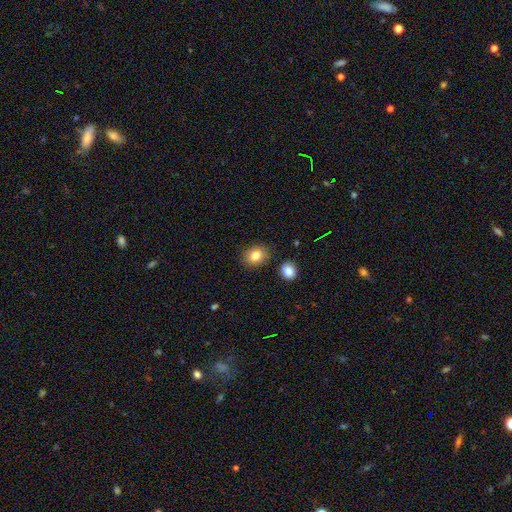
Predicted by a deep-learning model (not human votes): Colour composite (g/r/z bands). It shows a smooth galaxy with no disk features (82%) that is round (57%). Merging: none (85%).